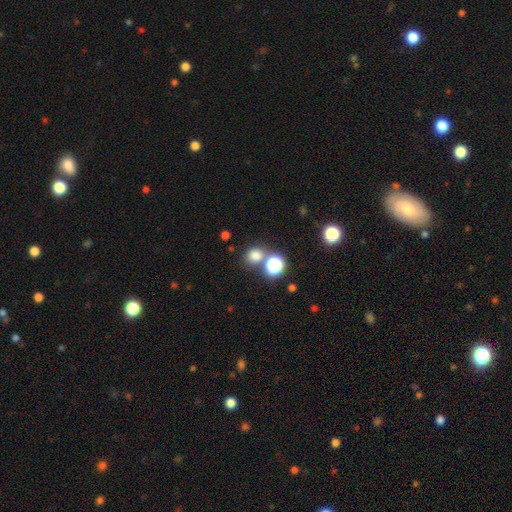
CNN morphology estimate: Smooth or featured: smooth — 74% (star or artifact — 20%)
How rounded: round — 75% (in between — 24%)
Merging: none — 65% (merger — 22%)